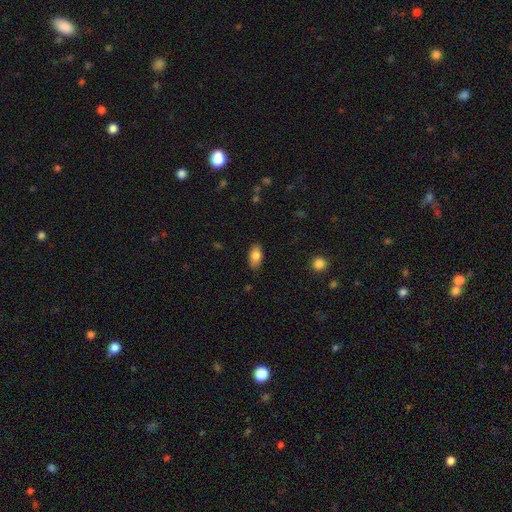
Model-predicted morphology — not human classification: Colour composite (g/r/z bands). It shows a smooth galaxy with no disk features (84%) that is in between round and cigar-shaped (91%). Merging: none (84%).